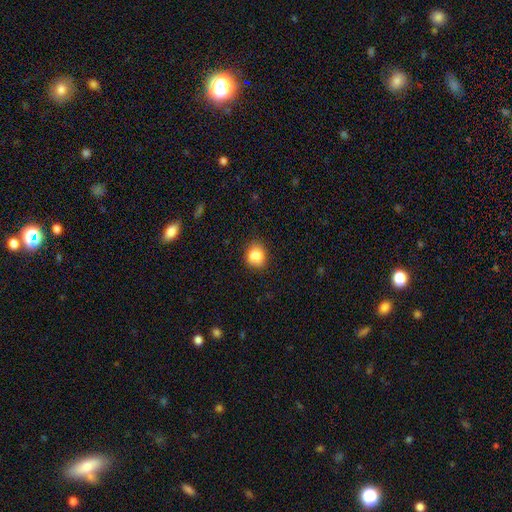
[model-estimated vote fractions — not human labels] This is clearly a smooth galaxy (86%). How rounded: likely round (68%). Merging: likely none (76%).